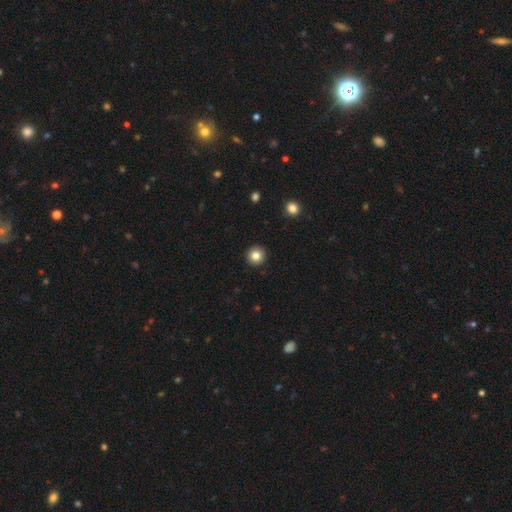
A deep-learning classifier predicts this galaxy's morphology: Q: Smooth or featured?
A: smooth (83%); runner-up: star or artifact (10%)
Q: How rounded?
A: round (95%); runner-up: in between (4%)
Q: Merging?
A: none (93%); runner-up: minor disturbance (4%)